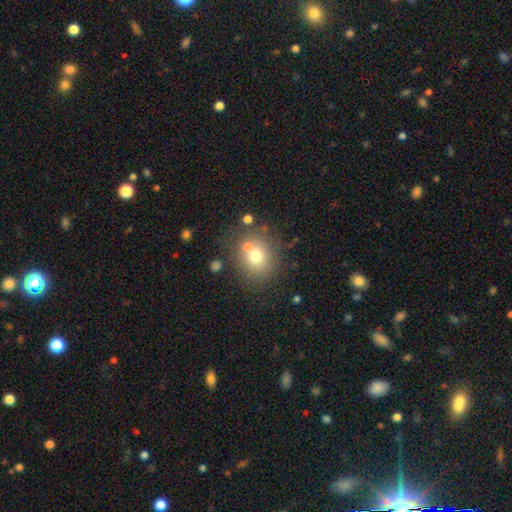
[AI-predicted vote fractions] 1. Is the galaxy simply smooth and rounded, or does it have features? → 70% smooth, 17% featured or disk, 13% star or artifact.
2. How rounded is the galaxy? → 76% round, 23% in between, 1% cigar-shaped.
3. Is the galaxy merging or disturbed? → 62% none, 20% merger, 12% minor disturbance, 5% major disturbance.